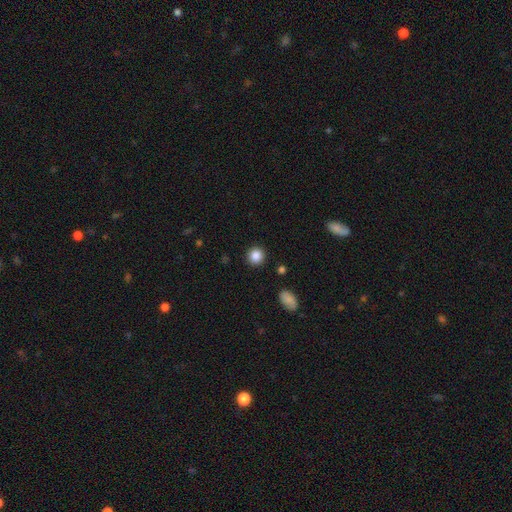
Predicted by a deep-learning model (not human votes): This appears to be a smooth galaxy with no disk features (86%) that is round (92%). Merging: none (91%).